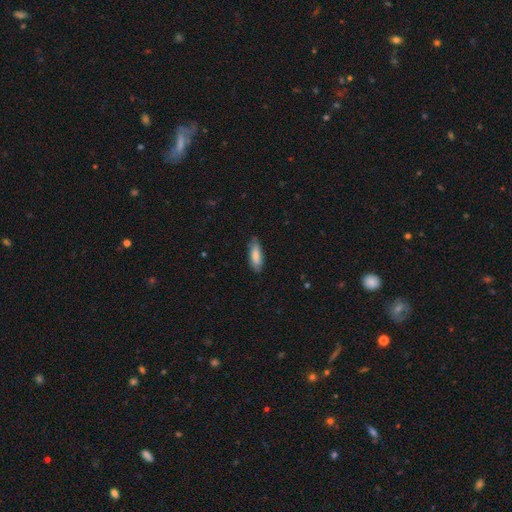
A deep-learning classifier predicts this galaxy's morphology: type=smooth (82%); roundness=in between (62%); merging=none (78%).